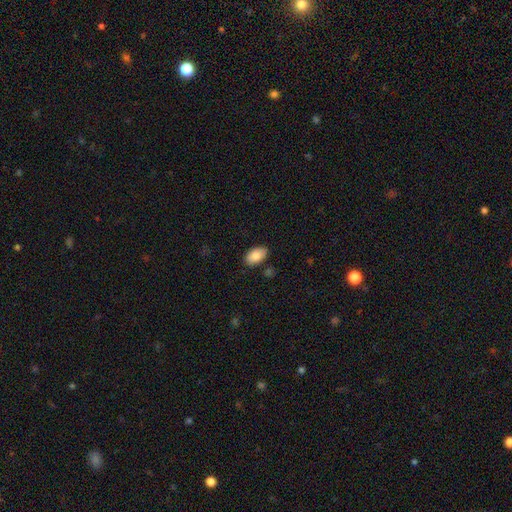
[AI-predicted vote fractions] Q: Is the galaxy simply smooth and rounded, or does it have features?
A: smooth — 86%.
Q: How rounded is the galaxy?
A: in between — 94%.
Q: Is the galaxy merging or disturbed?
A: none — 83%.